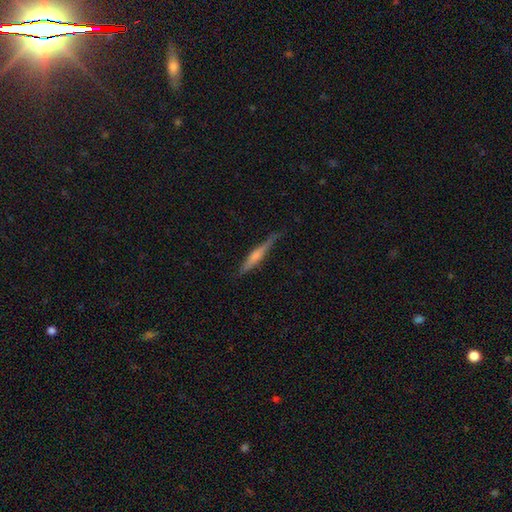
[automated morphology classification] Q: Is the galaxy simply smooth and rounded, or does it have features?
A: featured or disk — 54%.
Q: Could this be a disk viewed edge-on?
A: yes — 96%.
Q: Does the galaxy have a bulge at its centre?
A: rounded — 59%.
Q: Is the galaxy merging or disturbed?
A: none — 77%.